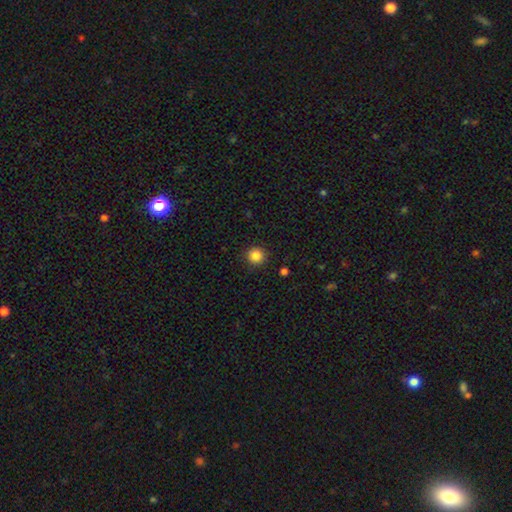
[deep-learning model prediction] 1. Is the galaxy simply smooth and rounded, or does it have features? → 86% smooth, 11% star or artifact, 4% featured or disk.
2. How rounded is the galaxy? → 95% round, 4% in between, 1% cigar-shaped.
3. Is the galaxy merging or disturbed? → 91% none, 6% minor disturbance, 2% major disturbance, 1% merger.